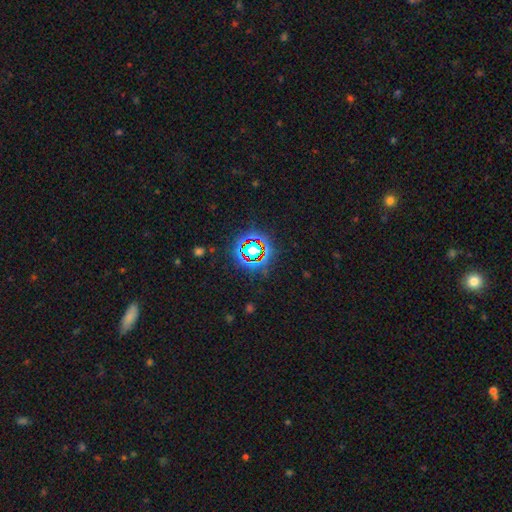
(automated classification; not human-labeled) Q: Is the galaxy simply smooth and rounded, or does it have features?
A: star or artifact — 77%.